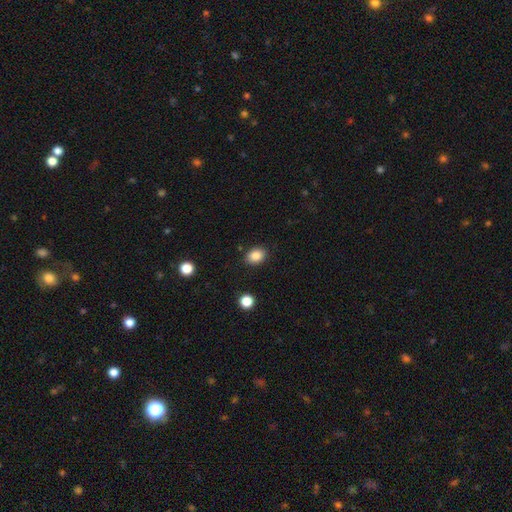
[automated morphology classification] Q: Smooth or featured?
A: smooth (86%); runner-up: star or artifact (9%)
Q: How rounded?
A: in between (67%); runner-up: round (32%)
Q: Merging?
A: none (87%); runner-up: minor disturbance (9%)